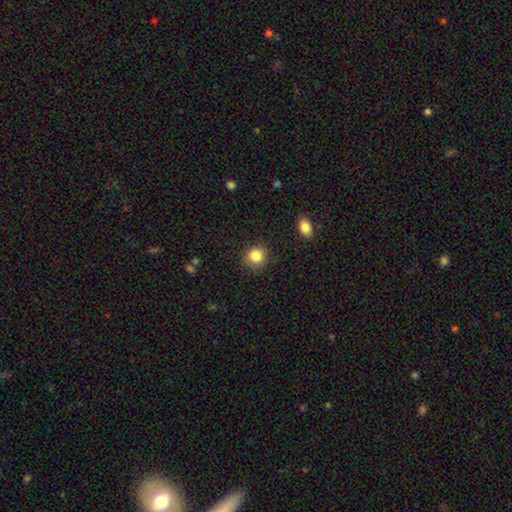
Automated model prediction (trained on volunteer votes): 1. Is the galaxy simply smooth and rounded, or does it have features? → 86% smooth, 10% star or artifact, 4% featured or disk.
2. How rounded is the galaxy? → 83% round, 16% in between, 1% cigar-shaped.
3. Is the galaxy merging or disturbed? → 84% none, 11% minor disturbance, 3% major disturbance, 1% merger.